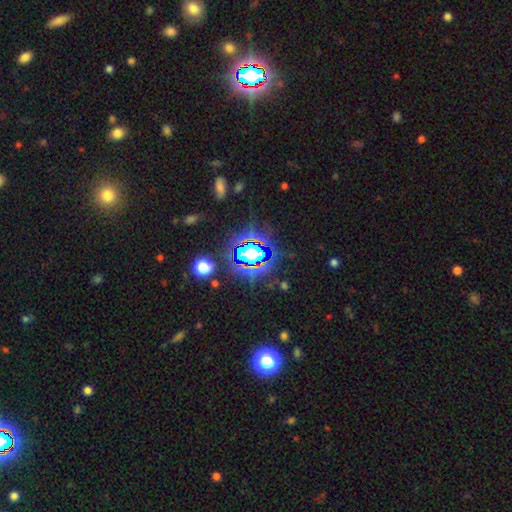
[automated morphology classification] The model was most divided on "smooth or featured": star or artifact: 70%, smooth: 18%, featured or disk: 12%.